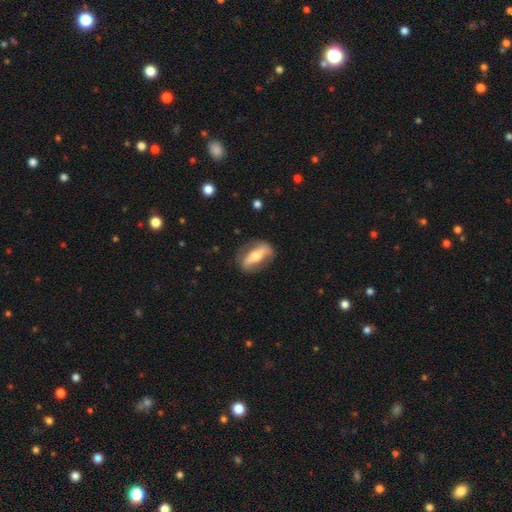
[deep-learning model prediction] smooth-or-featured: featured or disk: 59% | smooth: 35% | star or artifact: 6%
  disk-edge-on: no: 57% | yes: 43%
  merging: none: 75% | minor disturbance: 16% | major disturbance: 7% | merger: 2%